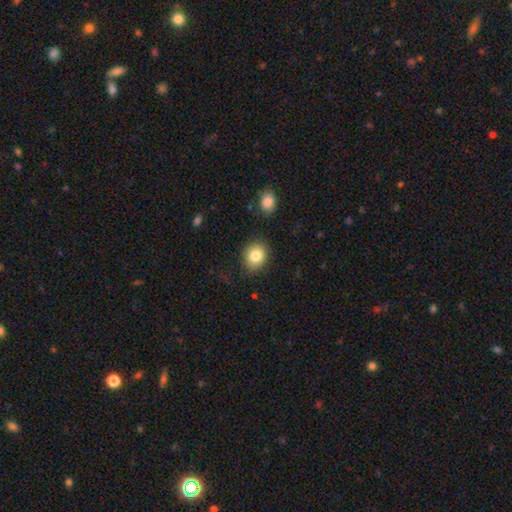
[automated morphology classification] Smooth or featured: smooth — 83% (star or artifact — 9%)
How rounded: round — 58% (in between — 41%)
Merging: none — 84% (minor disturbance — 11%)